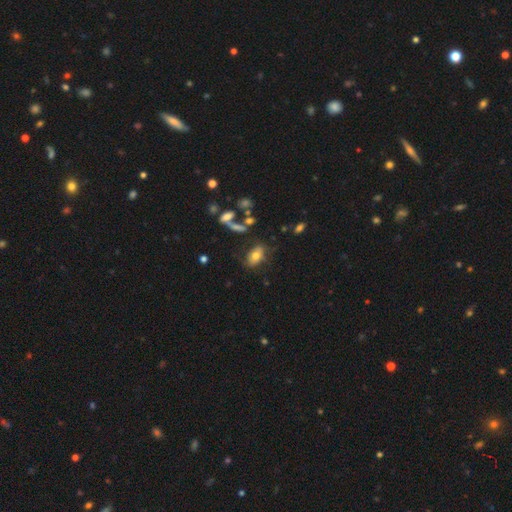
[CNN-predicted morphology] A smooth galaxy with no disk features (69%) that is in between round and cigar-shaped (86%). Merging: none (68%).